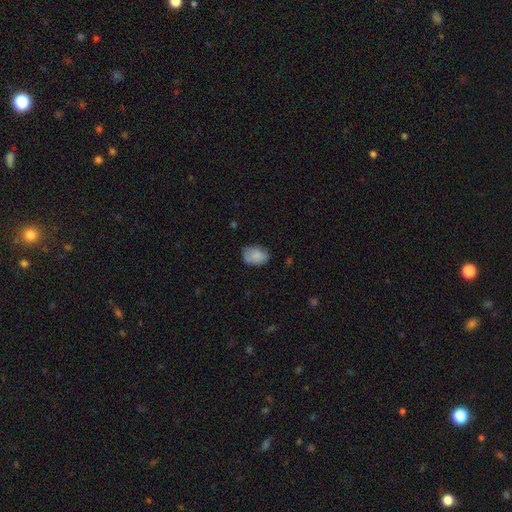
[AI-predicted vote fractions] This is clearly a smooth galaxy (83%). How rounded: likely in between (78%). Merging: likely none (70%).